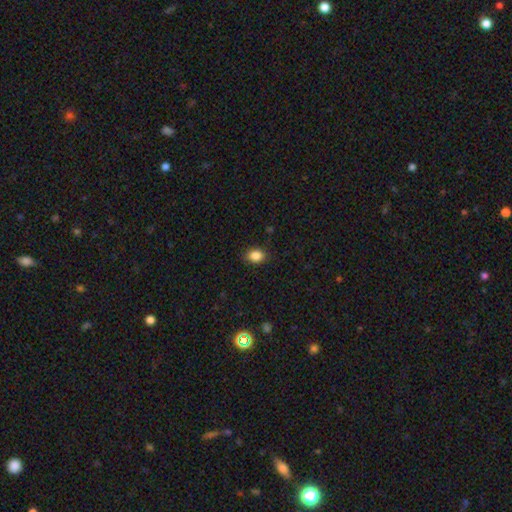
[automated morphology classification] Smooth or featured?
  - smooth: 86% *
  - star or artifact: 10%
  - featured or disk: 4%
How rounded?
  - in between: 62% *
  - round: 37%
  - cigar-shaped: 1%
Merging?
  - none: 87% *
  - minor disturbance: 10%
  - major disturbance: 3%
  - merger: 1%